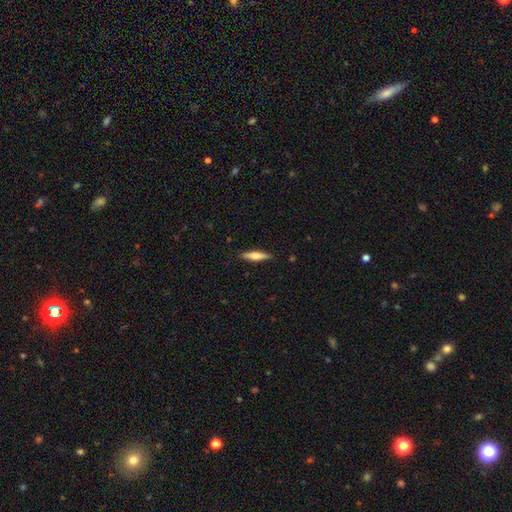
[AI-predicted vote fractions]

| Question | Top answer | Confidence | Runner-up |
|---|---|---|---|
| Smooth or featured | smooth | 52% | featured or disk (42%) |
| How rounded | cigar-shaped | 79% | in between (19%) |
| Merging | none | 89% | minor disturbance (9%) |